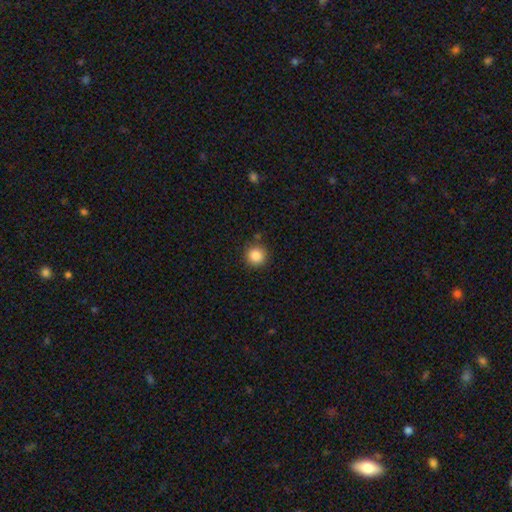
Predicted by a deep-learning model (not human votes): Morphology: type=smooth (86%); roundness=round (94%); merging=none (87%).